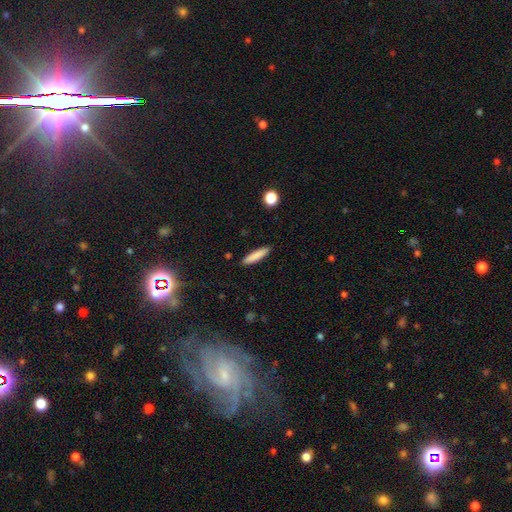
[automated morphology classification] This appears to be a smooth galaxy with no disk features (84%) that is cigar-shaped (85%). Merging: none (90%).